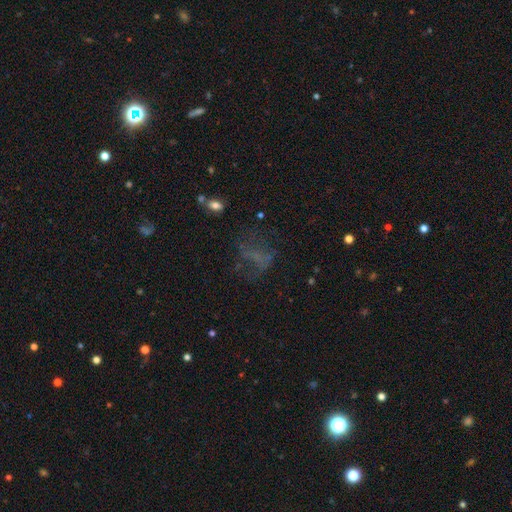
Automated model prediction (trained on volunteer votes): Smooth or featured? featured or disk (35%)
Merging? none (48%)